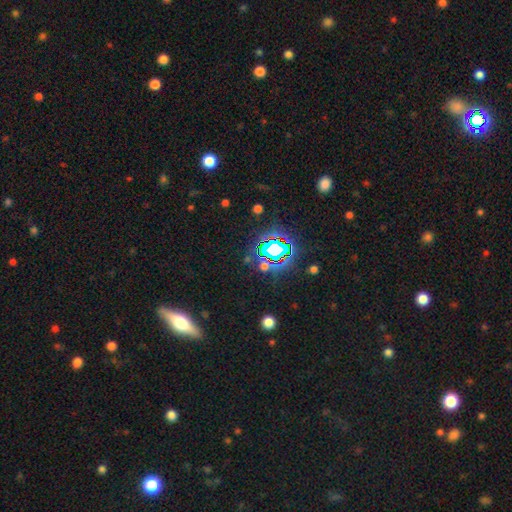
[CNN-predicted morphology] Smooth or featured: star or artifact — 54% (smooth — 26%)